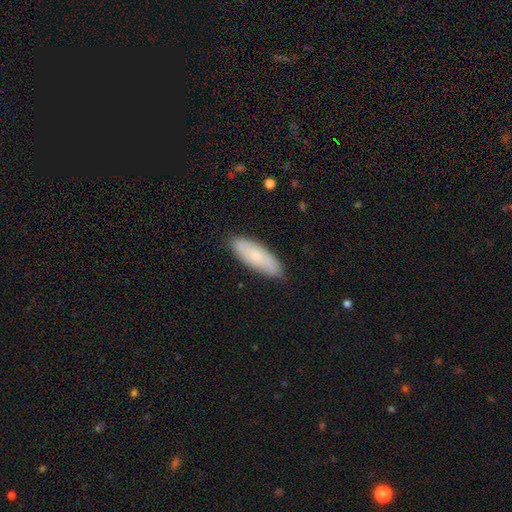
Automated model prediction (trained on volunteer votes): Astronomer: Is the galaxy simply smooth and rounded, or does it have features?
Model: smooth — 73%.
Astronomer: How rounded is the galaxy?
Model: in between — 62%.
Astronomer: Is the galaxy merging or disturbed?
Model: none — 87%.